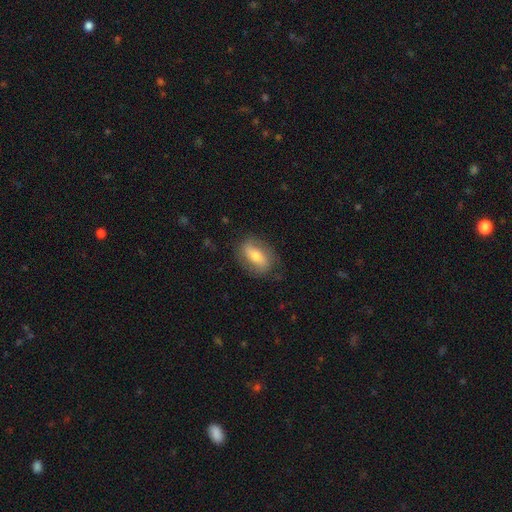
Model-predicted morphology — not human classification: Smooth or featured? Predicted: smooth (p=0.47). Merging? Predicted: none (p=0.77).